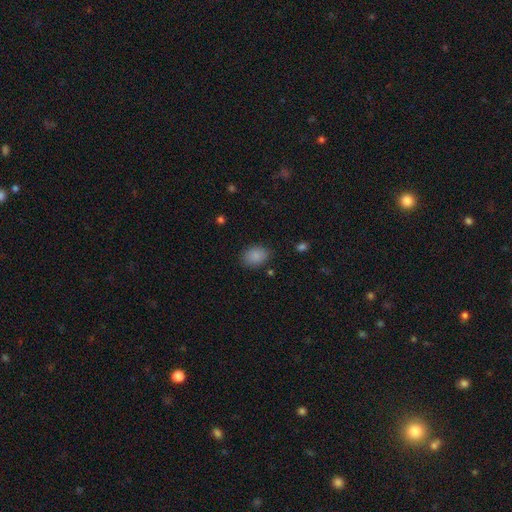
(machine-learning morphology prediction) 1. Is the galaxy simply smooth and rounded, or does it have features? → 87% smooth, 9% star or artifact, 4% featured or disk.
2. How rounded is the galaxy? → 74% in between, 25% round, 1% cigar-shaped.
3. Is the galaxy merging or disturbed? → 83% none, 13% minor disturbance, 3% major disturbance, 1% merger.